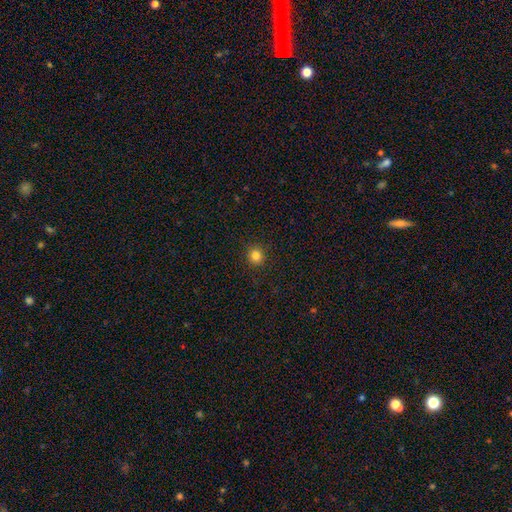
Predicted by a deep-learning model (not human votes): A smooth galaxy with no disk features (82%) that is round (91%).

Vote fractions:
- Smooth or featured? smooth: 82% / star or artifact: 13% / featured or disk: 5%
- How rounded? round: 91% / in between: 8% / cigar-shaped: 1%
- Merging? none: 92% / minor disturbance: 5% / major disturbance: 2% / merger: 1%